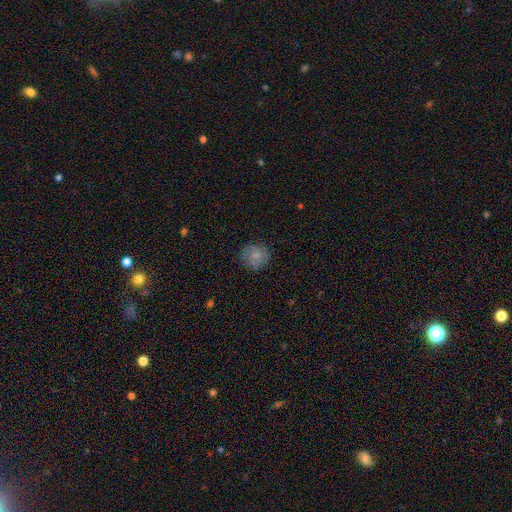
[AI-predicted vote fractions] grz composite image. It shows a smooth galaxy with no disk features (75%) that is round (89%). Merging: none (81%).